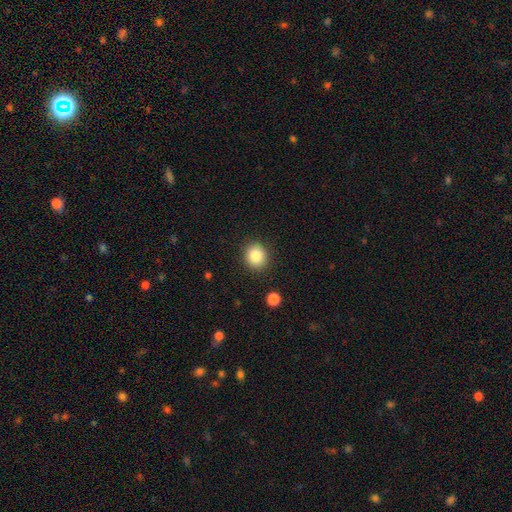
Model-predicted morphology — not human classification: A smooth galaxy with no disk features (84%) that is round (80%).

Vote fractions:
- Smooth or featured? smooth: 84% / star or artifact: 10% / featured or disk: 6%
- How rounded? round: 80% / in between: 20% / cigar-shaped: 1%
- Merging? none: 89% / minor disturbance: 7% / major disturbance: 2% / merger: 1%